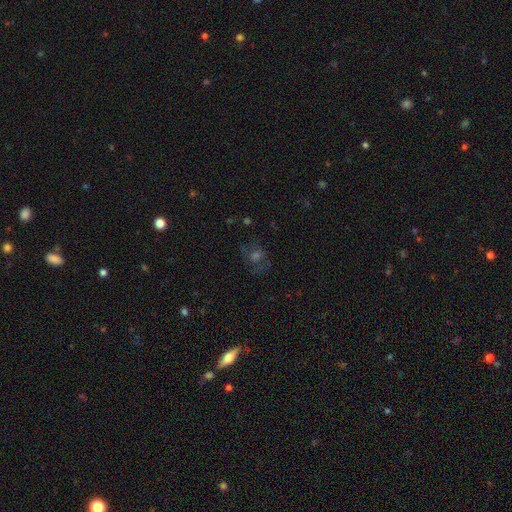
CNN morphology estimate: Smooth or featured?
  - featured or disk: 35% *
  - smooth: 33%
  - star or artifact: 32%
Merging?
  - none: 73% *
  - minor disturbance: 15%
  - major disturbance: 10%
  - merger: 2%